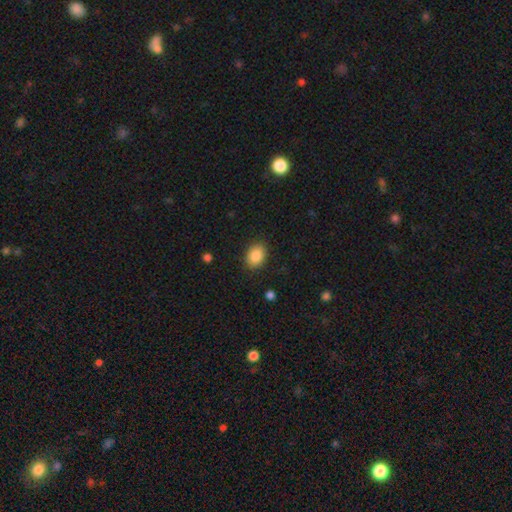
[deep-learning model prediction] smooth-or-featured: smooth: 87% | star or artifact: 8% | featured or disk: 5%
  how-rounded: in between: 71% | round: 28% | cigar-shaped: 1%
  merging: none: 87% | minor disturbance: 9% | major disturbance: 3% | merger: 1%